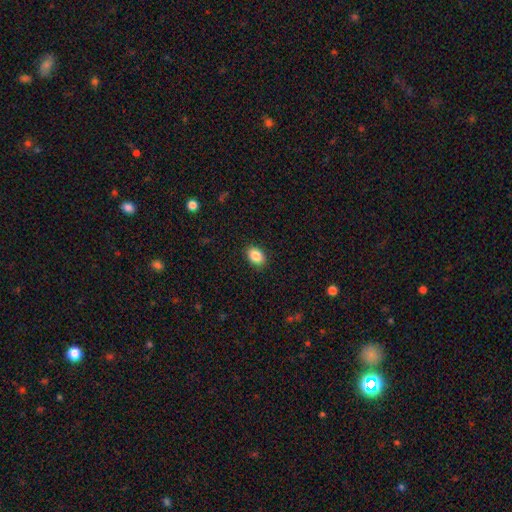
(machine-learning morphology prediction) Q: Smooth or featured?
A: smooth (87%); runner-up: star or artifact (8%)
Q: How rounded?
A: in between (79%); runner-up: round (20%)
Q: Merging?
A: none (88%); runner-up: minor disturbance (9%)